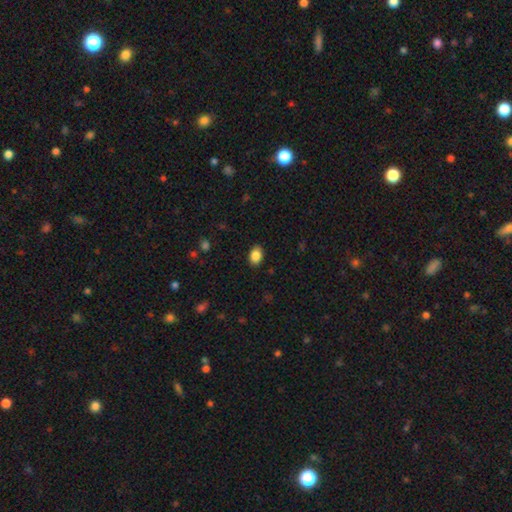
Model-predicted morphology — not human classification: smooth-or-featured: smooth: 87% | star or artifact: 9% | featured or disk: 5%
  how-rounded: in between: 79% | round: 20% | cigar-shaped: 1%
  merging: none: 88% | minor disturbance: 9% | major disturbance: 2% | merger: 1%